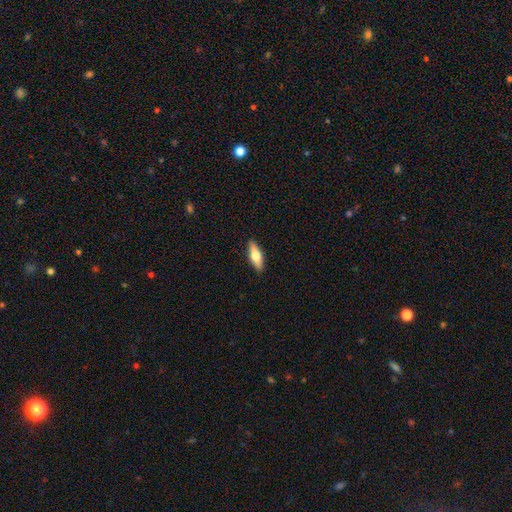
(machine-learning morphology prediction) Smooth or featured? smooth (62%)
How rounded? in between (58%)
Merging? none (90%)